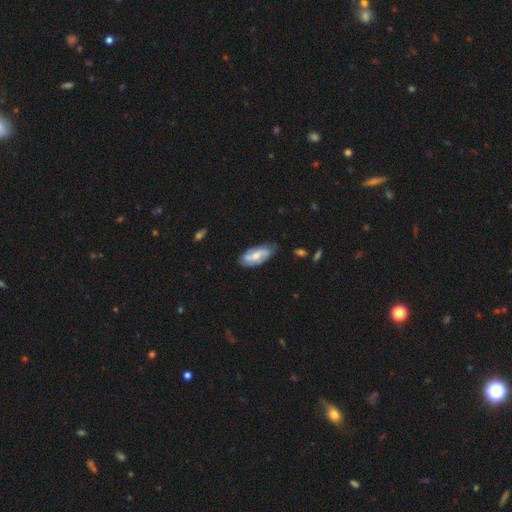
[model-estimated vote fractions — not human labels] This appears to be a featured or disk galaxy (53%). Merging: none (70%).